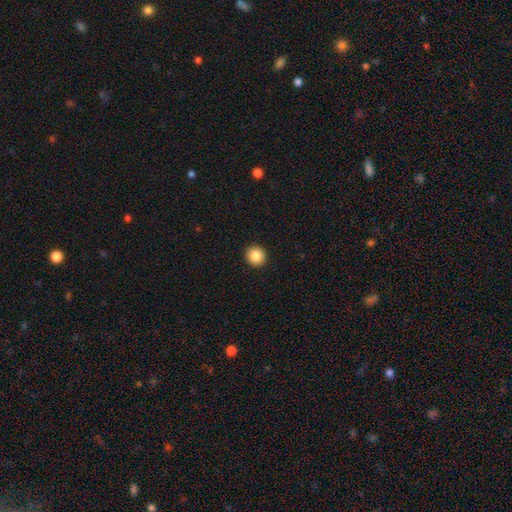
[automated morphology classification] A smooth galaxy with no disk features (86%) that is round (91%).

Vote fractions:
- Smooth or featured? smooth: 86% / star or artifact: 9% / featured or disk: 5%
- How rounded? round: 91% / in between: 8% / cigar-shaped: 1%
- Merging? none: 93% / minor disturbance: 4% / major disturbance: 1% / merger: 1%